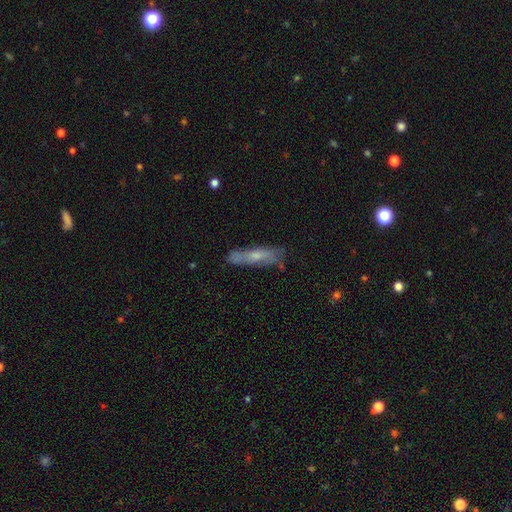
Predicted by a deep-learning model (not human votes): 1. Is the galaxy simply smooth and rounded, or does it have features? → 49% smooth, 44% featured or disk, 7% star or artifact.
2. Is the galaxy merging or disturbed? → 70% none, 21% minor disturbance, 6% major disturbance, 3% merger.